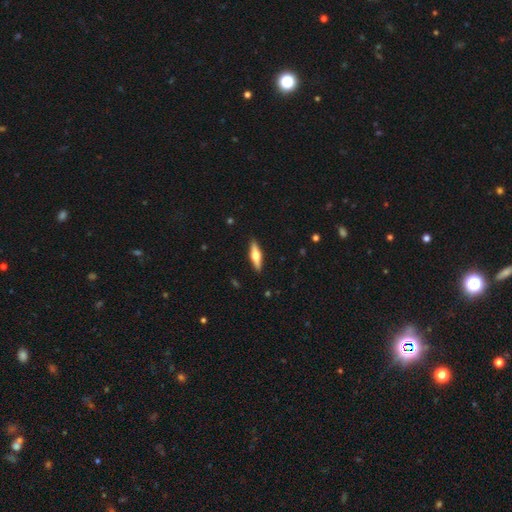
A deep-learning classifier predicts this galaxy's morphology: smooth_or_featured: featured or disk (p=0.52) [alt: smooth p=0.43]
disk_edge_on: yes (p=0.94) [alt: no p=0.06]
merging: none (p=0.90) [alt: minor disturbance p=0.07]